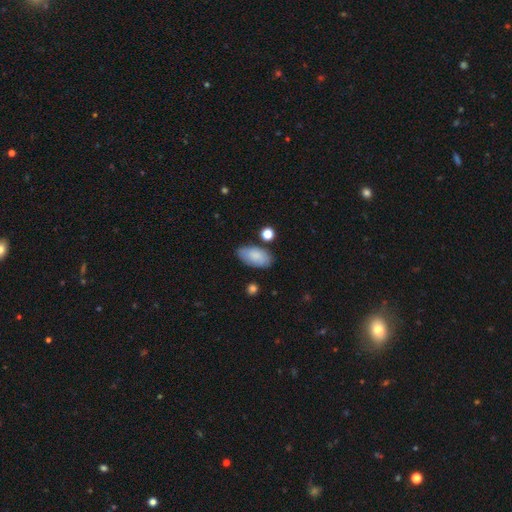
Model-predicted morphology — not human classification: smooth_or_featured: smooth (p=0.80) [alt: featured or disk p=0.13]
how_rounded: in between (p=0.93) [alt: round p=0.04]
merging: none (p=0.75) [alt: minor disturbance p=0.17]